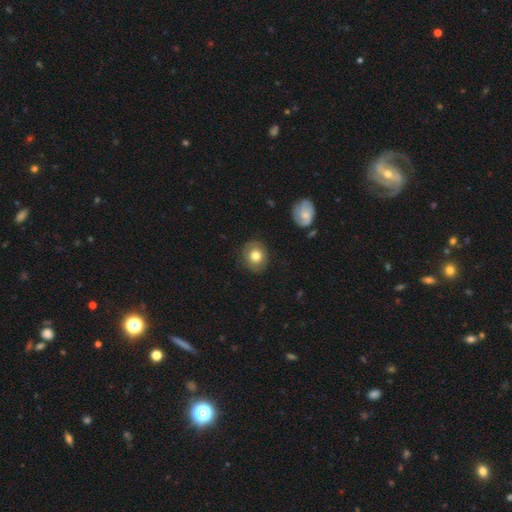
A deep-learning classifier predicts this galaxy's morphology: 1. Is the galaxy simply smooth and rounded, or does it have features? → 73% smooth, 19% featured or disk, 9% star or artifact.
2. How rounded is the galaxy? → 80% round, 19% in between, 1% cigar-shaped.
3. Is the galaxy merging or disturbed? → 84% none, 11% minor disturbance, 3% major disturbance, 1% merger.